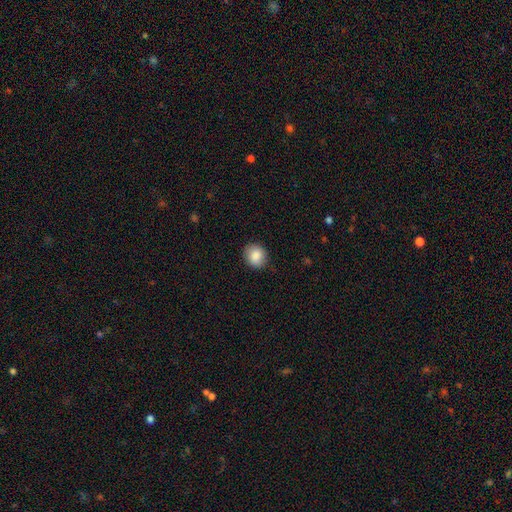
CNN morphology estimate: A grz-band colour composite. It shows a smooth galaxy with no disk features (87%) that is round (76%). Merging: none (87%).